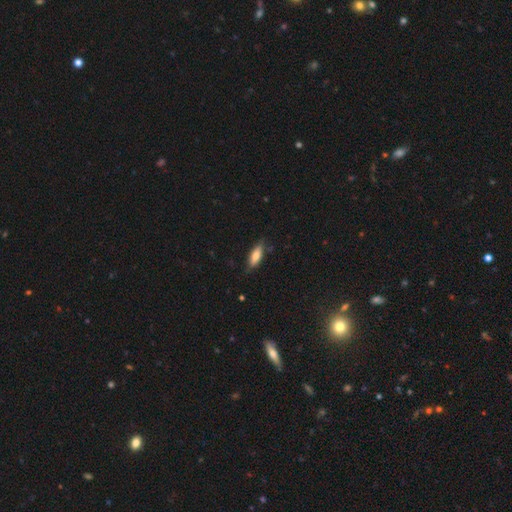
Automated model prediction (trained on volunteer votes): A smooth galaxy with no disk features (75%) that is in between round and cigar-shaped (60%). Merging: none (75%).